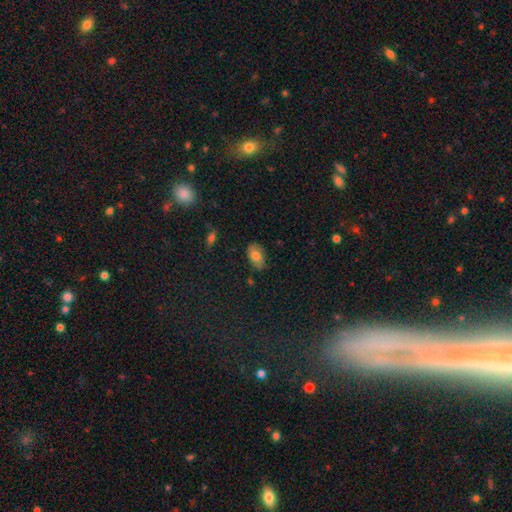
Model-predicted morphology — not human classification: Smooth or featured? Predicted: smooth (p=0.73). How rounded? Predicted: in between (p=0.91). Merging? Predicted: none (p=0.70).